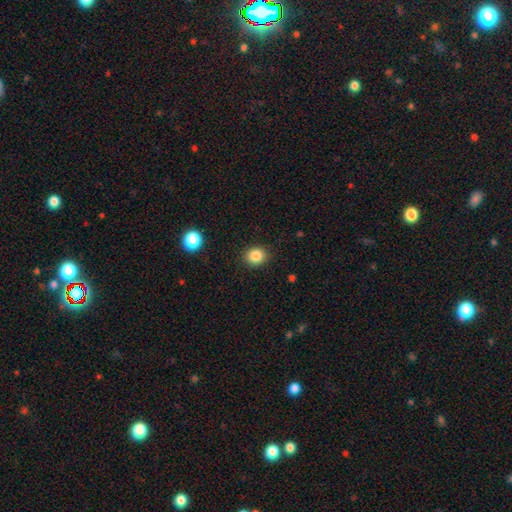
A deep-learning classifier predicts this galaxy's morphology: The model was most divided on "how rounded": round: 76%, in between: 23%, cigar-shaped: 1%. More confident: merging — none (89%); smooth or featured — smooth (85%).